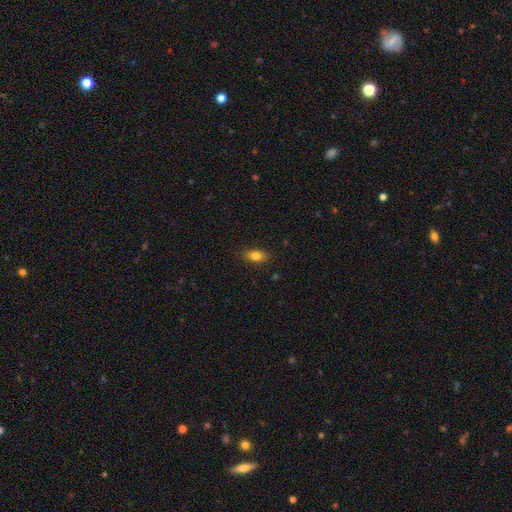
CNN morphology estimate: smooth_or_featured: smooth (p=0.80) [alt: featured or disk p=0.11]
how_rounded: in between (p=0.83) [alt: round p=0.09]
merging: none (p=0.86) [alt: minor disturbance p=0.11]